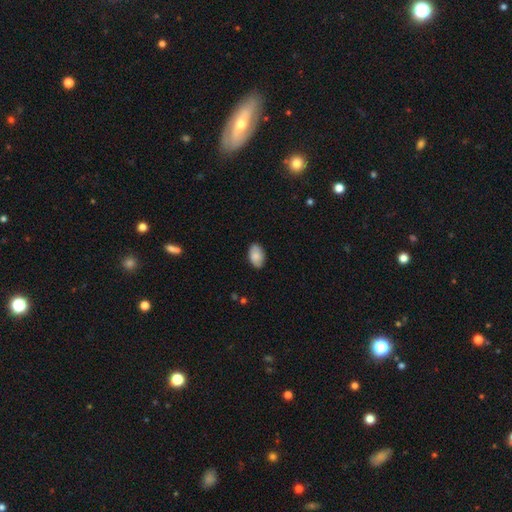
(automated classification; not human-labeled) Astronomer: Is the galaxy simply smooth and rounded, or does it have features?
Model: smooth — 84%.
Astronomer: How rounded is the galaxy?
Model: in between — 92%.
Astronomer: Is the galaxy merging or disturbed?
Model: none — 83%.